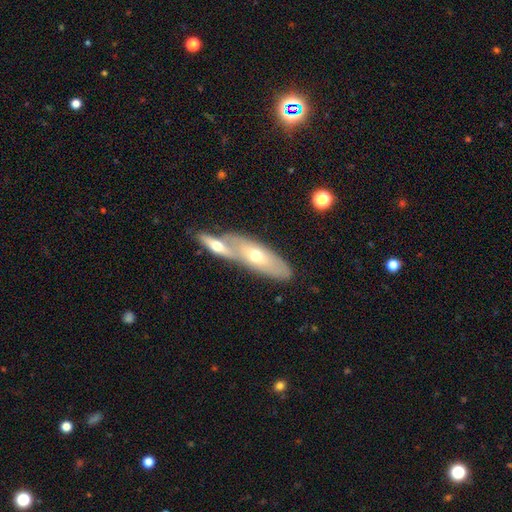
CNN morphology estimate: smooth_or_featured: featured or disk (p=0.59) [alt: smooth p=0.32]
disk_edge_on: no (p=0.55) [alt: yes p=0.45]
merging: none (p=0.51) [alt: merger p=0.34]